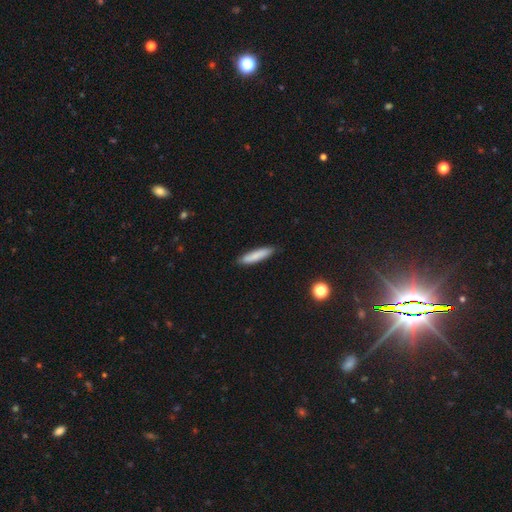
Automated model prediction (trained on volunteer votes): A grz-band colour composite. It shows a smooth galaxy with no disk features (81%) that is cigar-shaped (83%). Merging: none (87%).